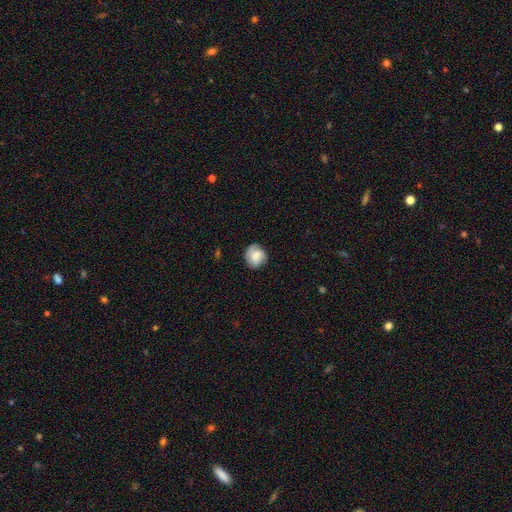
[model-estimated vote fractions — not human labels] This appears to be a smooth galaxy with no disk features (59%) that is round (83%). Merging: none (75%).